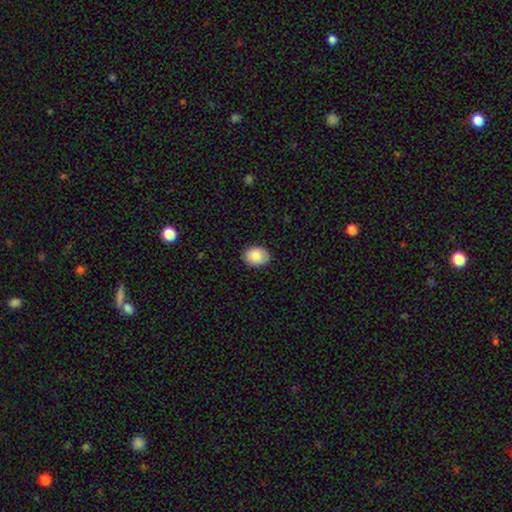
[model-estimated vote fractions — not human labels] The model was most divided on "how rounded": in between: 63%, round: 36%, cigar-shaped: 1%. More confident: merging — none (88%); smooth or featured — smooth (87%).